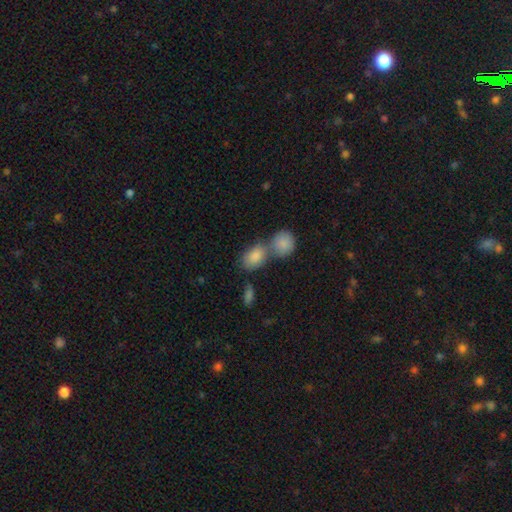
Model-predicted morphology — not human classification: Q: Smooth or featured?
A: smooth (81%); runner-up: star or artifact (9%)
Q: How rounded?
A: in between (77%); runner-up: round (20%)
Q: Merging?
A: merger (50%); runner-up: none (38%)